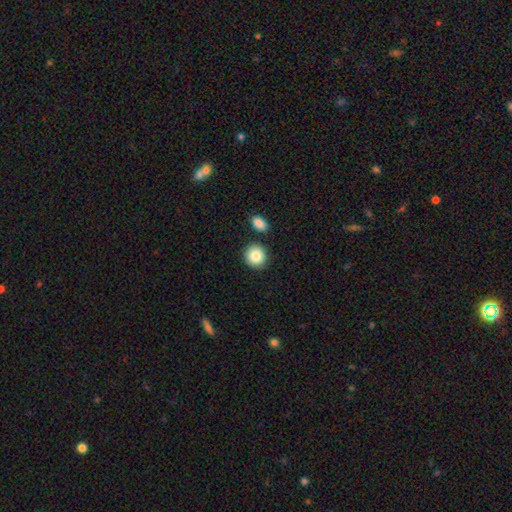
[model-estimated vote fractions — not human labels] Smooth or featured: smooth — 87% (star or artifact — 7%)
How rounded: round — 88% (in between — 11%)
Merging: none — 83% (minor disturbance — 8%)